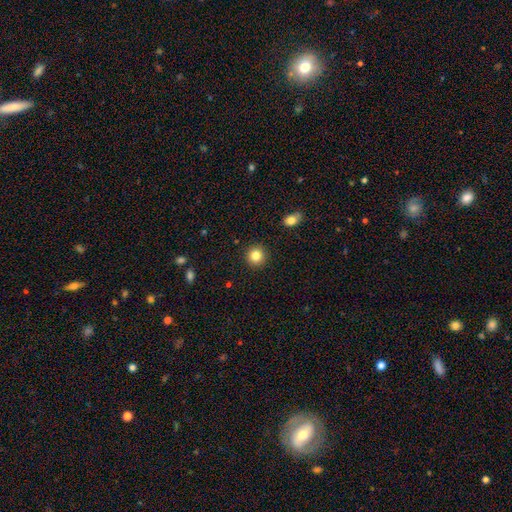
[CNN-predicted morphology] Smooth or featured?
  - smooth: 83% *
  - star or artifact: 10%
  - featured or disk: 6%
How rounded?
  - round: 94% *
  - in between: 6%
  - cigar-shaped: 1%
Merging?
  - none: 92% *
  - minor disturbance: 5%
  - major disturbance: 2%
  - merger: 1%